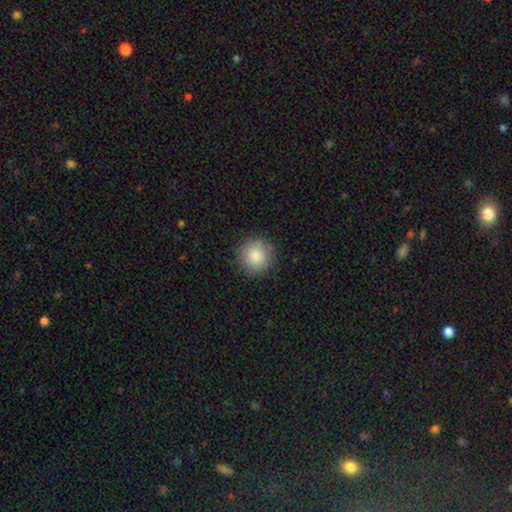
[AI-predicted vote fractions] Overall: smooth (85%). How rounded: round (93%). Merging: none (86%).